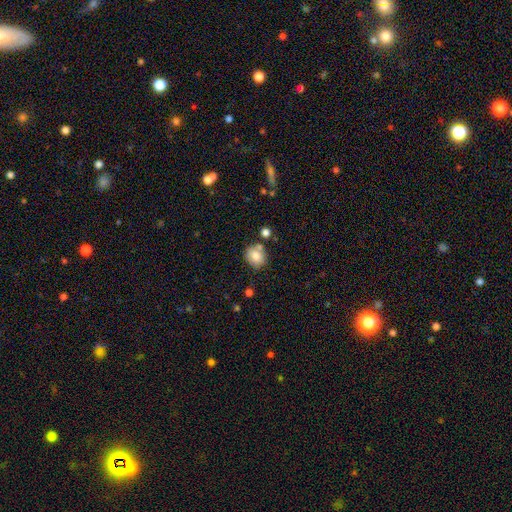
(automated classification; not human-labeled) Q: Smooth or featured?
A: smooth (79%); runner-up: featured or disk (11%)
Q: How rounded?
A: round (69%); runner-up: in between (30%)
Q: Merging?
A: none (67%); runner-up: minor disturbance (15%)